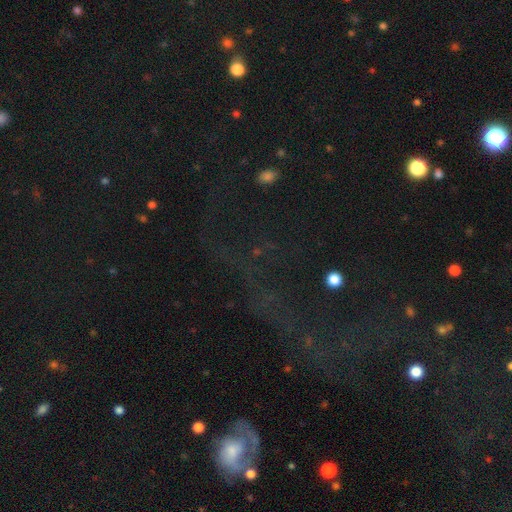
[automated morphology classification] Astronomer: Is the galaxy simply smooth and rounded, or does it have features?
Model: star or artifact — 65%.